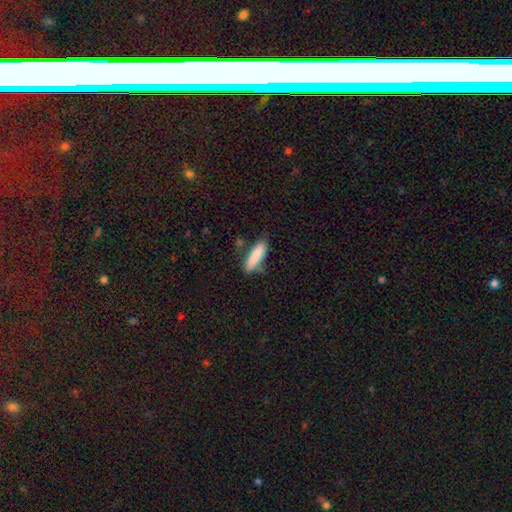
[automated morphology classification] Q: Smooth or featured?
A: smooth (85%); runner-up: featured or disk (9%)
Q: How rounded?
A: cigar-shaped (63%); runner-up: in between (36%)
Q: Merging?
A: none (70%); runner-up: minor disturbance (20%)